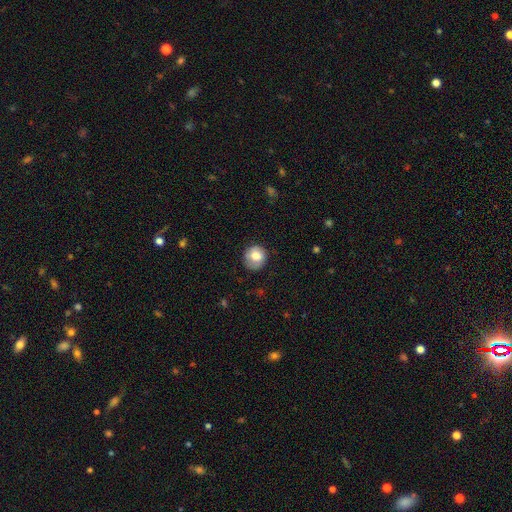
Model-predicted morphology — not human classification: This is likely a smooth galaxy (76%). How rounded: clearly round (86%). Merging: likely none (76%).